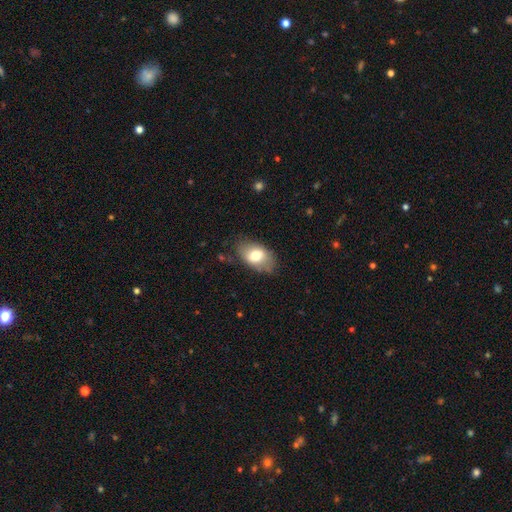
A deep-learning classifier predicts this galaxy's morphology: Overall: smooth (70%). How rounded: in between (89%). Merging: none (73%).